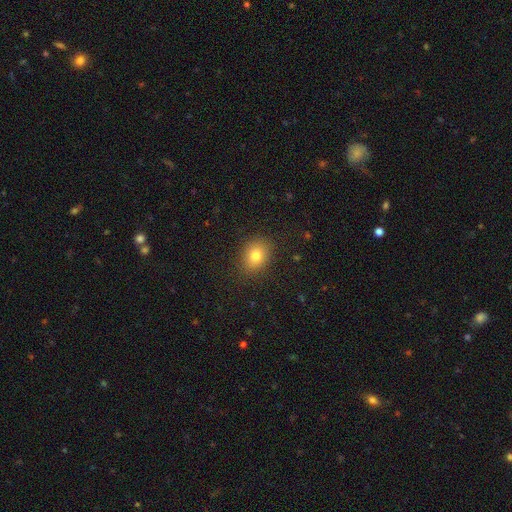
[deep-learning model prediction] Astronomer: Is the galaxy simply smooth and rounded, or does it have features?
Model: smooth — 80%.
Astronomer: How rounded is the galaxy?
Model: round — 50% (runner-up: in between, 49%).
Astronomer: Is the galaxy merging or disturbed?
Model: none — 86%.